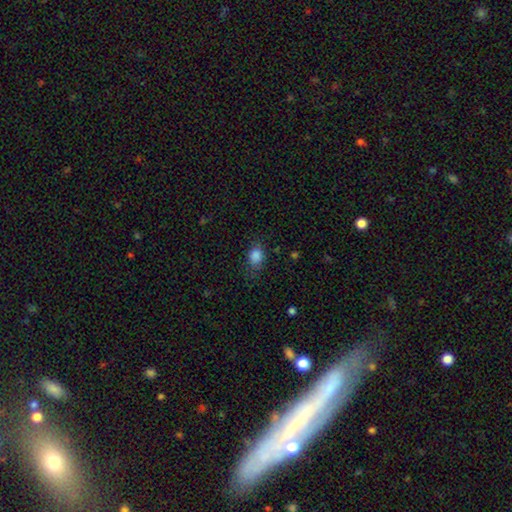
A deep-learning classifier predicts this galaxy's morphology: Smooth or featured? smooth (86%)
How rounded? in between (58%)
Merging? none (69%)